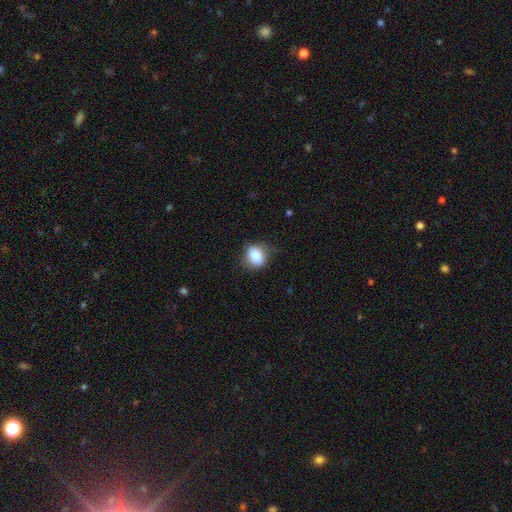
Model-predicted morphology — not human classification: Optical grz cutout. It shows a smooth galaxy with no disk features (84%) that is round (56%). Merging: none (70%).